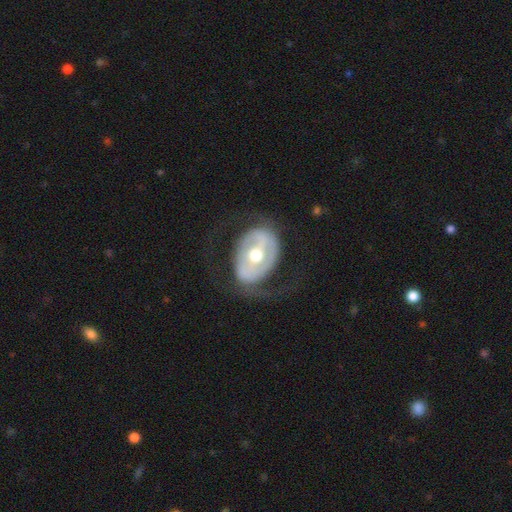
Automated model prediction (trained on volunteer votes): Morphology: type=featured or disk (77%); edge-on=no (95%); bar=strong (39%); spiral arms=yes (66%); bulge=moderate (74%); merging=none (62%).